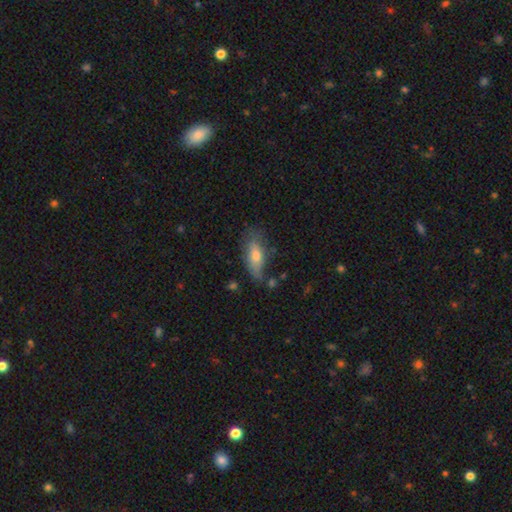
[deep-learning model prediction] Overall: smooth (67%). How rounded: in between (76%). Merging: none (60%; minor disturbance 27%).